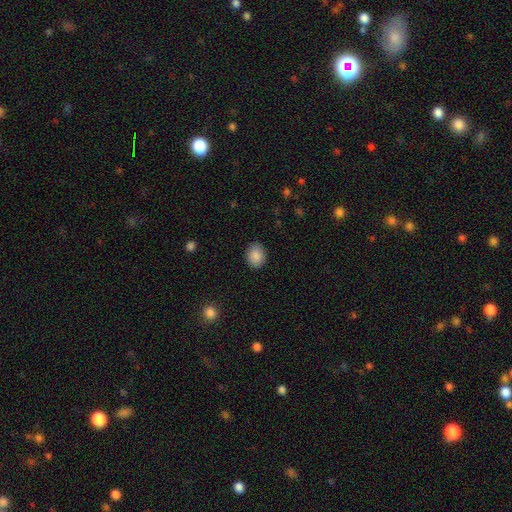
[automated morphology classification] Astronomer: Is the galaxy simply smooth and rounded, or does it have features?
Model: smooth — 88%.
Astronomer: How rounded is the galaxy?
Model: in between — 52% (runner-up: round, 47%).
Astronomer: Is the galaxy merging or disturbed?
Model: none — 88%.